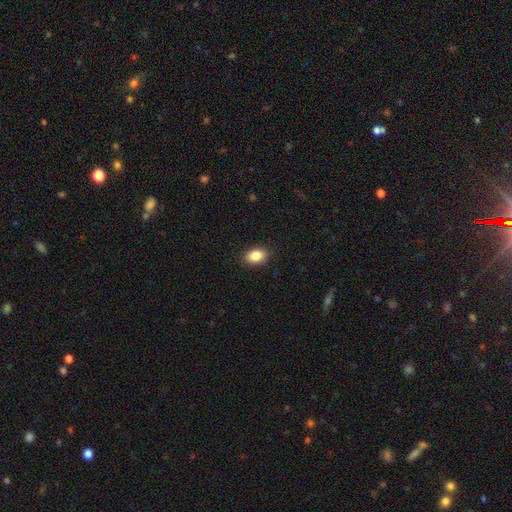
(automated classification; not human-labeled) A smooth galaxy with no disk features (85%) that is in between round and cigar-shaped (81%).

Vote fractions:
- Smooth or featured? smooth: 85% / star or artifact: 8% / featured or disk: 6%
- How rounded? in between: 81% / round: 18% / cigar-shaped: 1%
- Merging? none: 88% / minor disturbance: 9% / major disturbance: 2% / merger: 1%